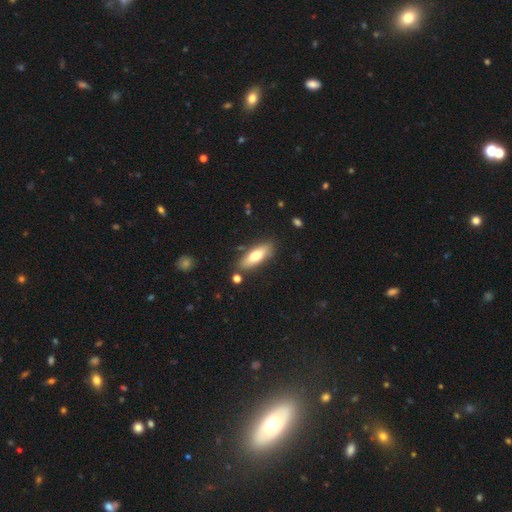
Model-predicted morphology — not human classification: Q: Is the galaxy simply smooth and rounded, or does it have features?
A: smooth — 68%.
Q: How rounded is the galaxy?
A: in between — 57%.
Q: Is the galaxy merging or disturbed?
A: none — 81%.